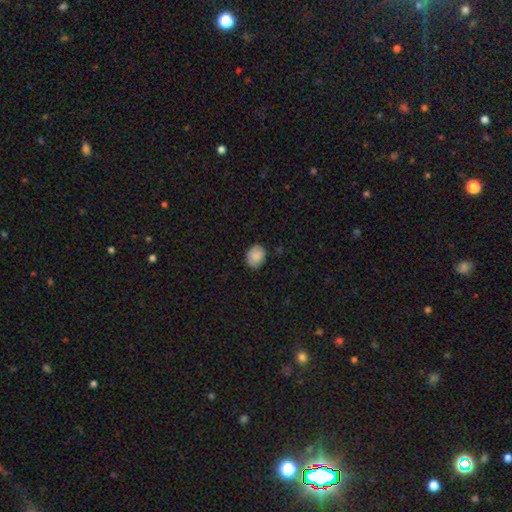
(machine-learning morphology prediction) Overall: smooth (87%). How rounded: in between (54%; round 45%). Merging: none (84%).